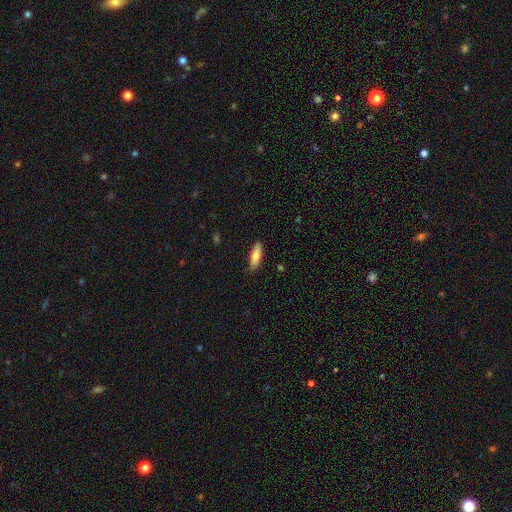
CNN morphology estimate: Overall: smooth (80%). How rounded: cigar-shaped (52%; in between 46%). Merging: none (84%).